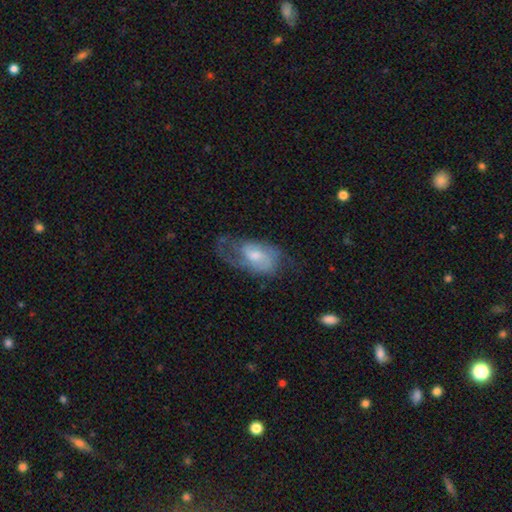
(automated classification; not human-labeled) Overall: featured or disk (66%; smooth 27%). Edge-on disk: no (95%). Bar: no (49%; weak 43%). Spiral arms: yes (85%). Spiral arm count: 2 (53%; can't tell 23%). Spiral winding: medium (45%; loose 28%). Bulge size: moderate (50%; small 36%). Merging: none (46%; major disturbance 27%).